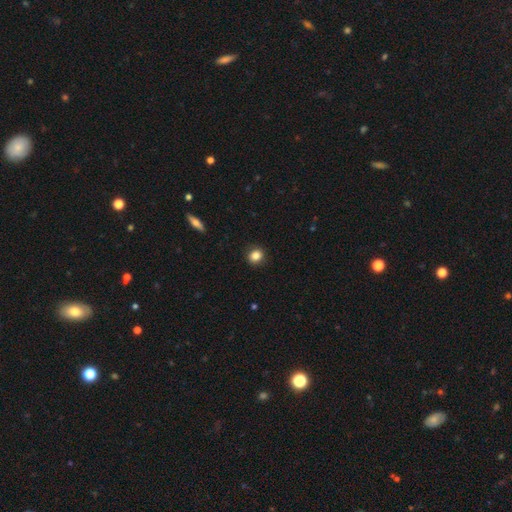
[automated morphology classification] smooth 85%, star or artifact 10%, featured or disk 5%. Down the decision tree: how rounded — round (80%); merging — none (90%).